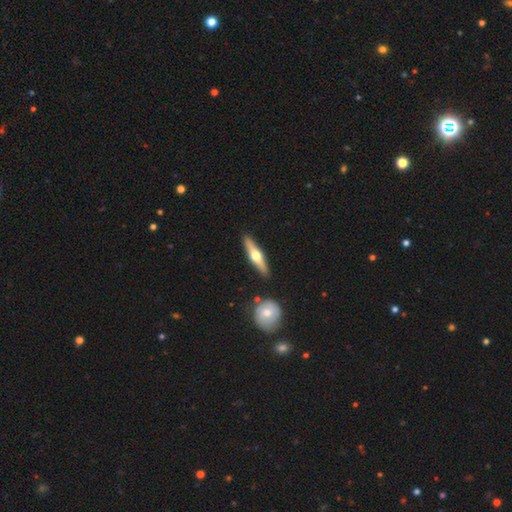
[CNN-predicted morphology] Smooth or featured?
  - featured or disk: 61% *
  - smooth: 34%
  - star or artifact: 5%
Edge-on disk?
  - yes: 95% *
  - no: 5%
Edge-on bulge?
  - rounded: 95% *
  - none: 3%
  - boxy: 2%
Merging?
  - none: 88% *
  - minor disturbance: 7%
  - merger: 3%
  - major disturbance: 2%